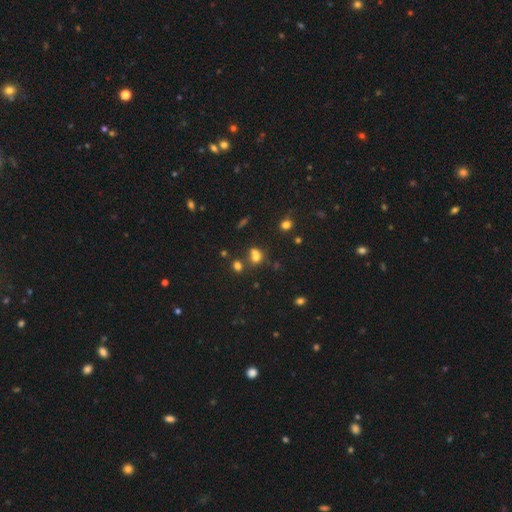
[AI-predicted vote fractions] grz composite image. It shows a smooth galaxy with no disk features (65%) that is round (58%). Merging: none (42%).